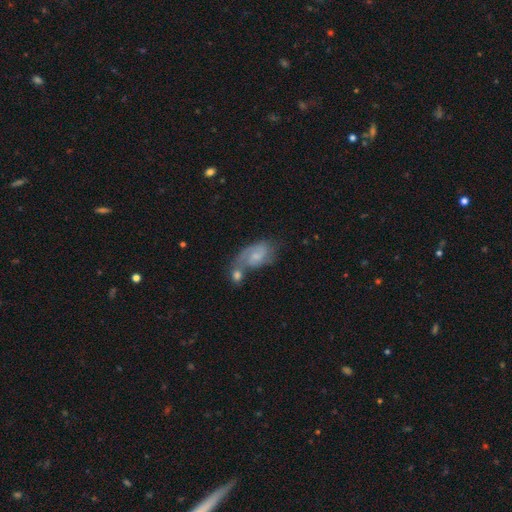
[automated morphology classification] A featured or disk galaxy (63%) with no bar (59%), 2 (59%) medium (44%) spiral arms (86%) and a small central bulge (54%).

Vote fractions:
- Smooth or featured? featured or disk: 63% / smooth: 28% / star or artifact: 9%
- Edge-on disk? no: 96% / yes: 4%
- Bar? no: 59% / weak: 36% / strong: 6%
- Spiral arms? yes: 86% / no: 14%
- Spiral winding? medium: 44% / tight: 30% / loose: 25%
- Spiral arm count? 2: 59% / 1: 21% / can't tell: 15% / 3: 3% / 4: 1% / more than 4: 1%
- Bulge size? small: 54% / moderate: 28% / none: 13% / large: 3% / dominant: 1%
- Merging? merger: 37% / none: 32% / minor disturbance: 17% / major disturbance: 14%